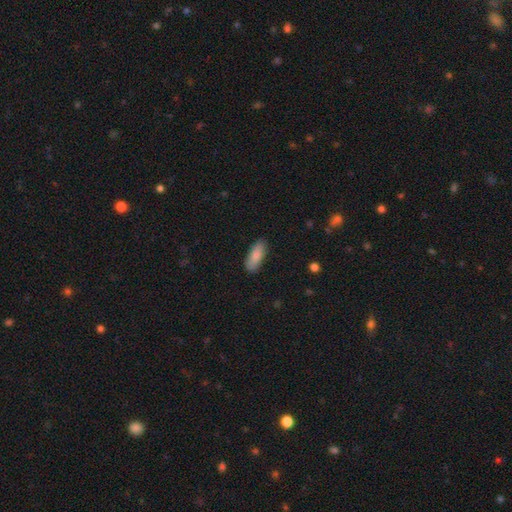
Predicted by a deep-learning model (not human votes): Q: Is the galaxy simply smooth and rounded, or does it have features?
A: smooth — 84%.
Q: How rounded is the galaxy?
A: in between — 75%.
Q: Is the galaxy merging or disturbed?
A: none — 85%.